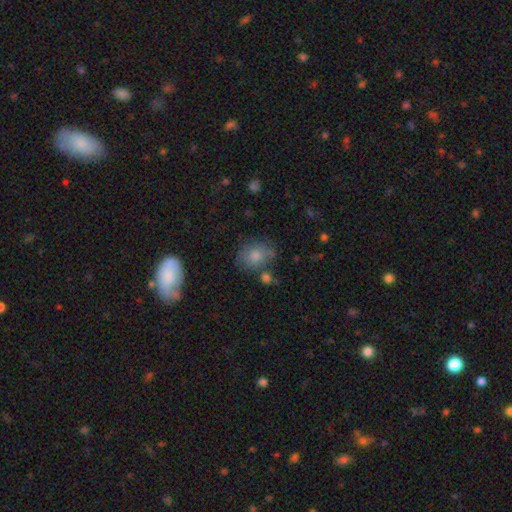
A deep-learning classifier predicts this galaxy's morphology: Overall: smooth (77%). How rounded: in between (52%; round 47%). Merging: none (63%).